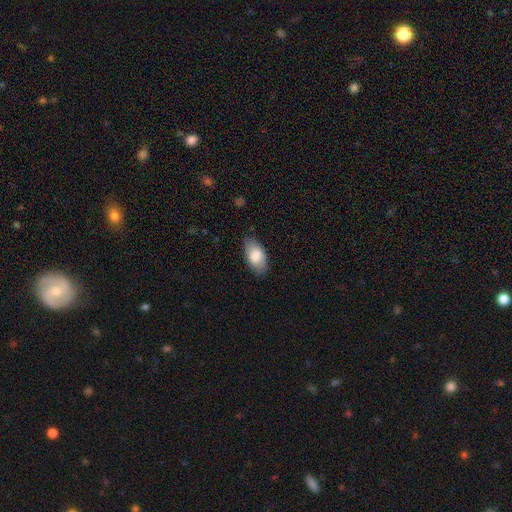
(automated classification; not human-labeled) Smooth or featured? smooth (83%)
How rounded? in between (94%)
Merging? none (81%)